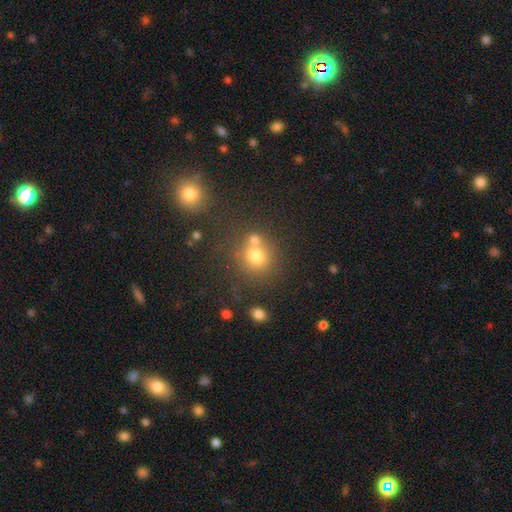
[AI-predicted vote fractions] This is likely a smooth galaxy (73%). How rounded: clearly round (84%). Merging: possibly none (57%).